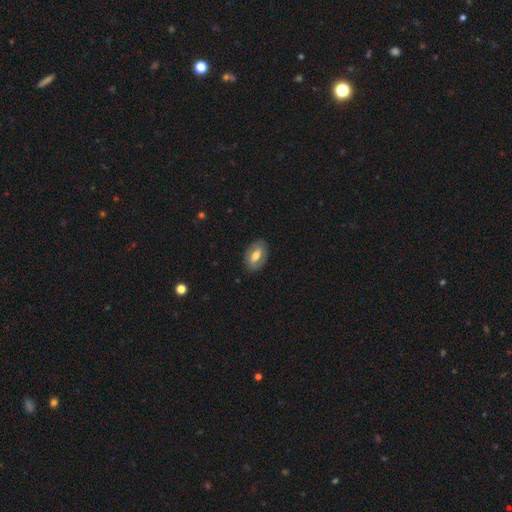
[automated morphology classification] type=smooth (51%); roundness=in between (88%); merging=none (83%).